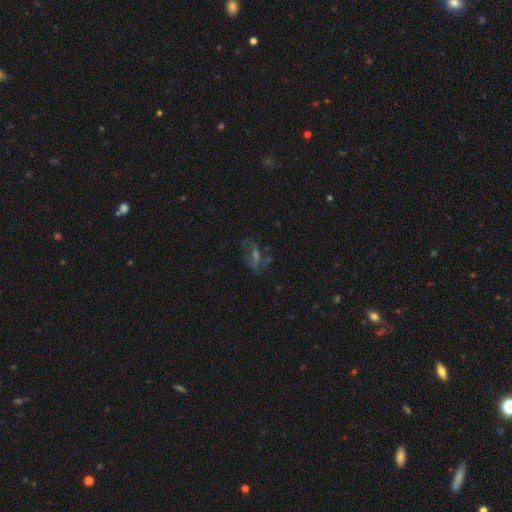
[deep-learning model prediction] A featured or disk galaxy (53%).

Vote fractions:
- Smooth or featured? featured or disk: 53% / star or artifact: 25% / smooth: 22%
- Edge-on disk? no: 90% / yes: 10%
- Merging? none: 61% / major disturbance: 18% / minor disturbance: 17% / merger: 4%